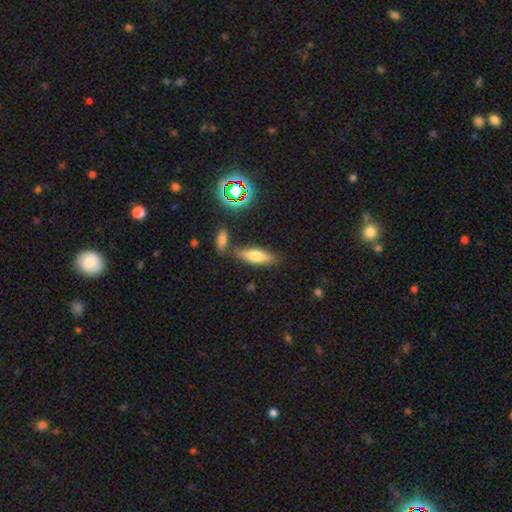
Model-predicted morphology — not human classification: smooth 65%, featured or disk 24%, star or artifact 10%. Down the decision tree: how rounded — cigar-shaped (51%); merging — none (74%).